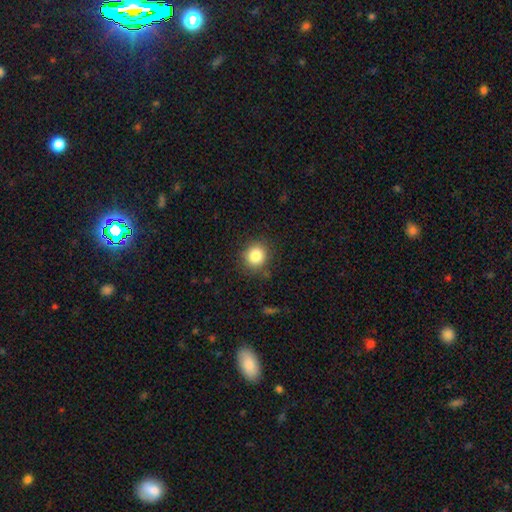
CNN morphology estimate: Smooth or featured? smooth (83%)
How rounded? round (88%)
Merging? none (86%)